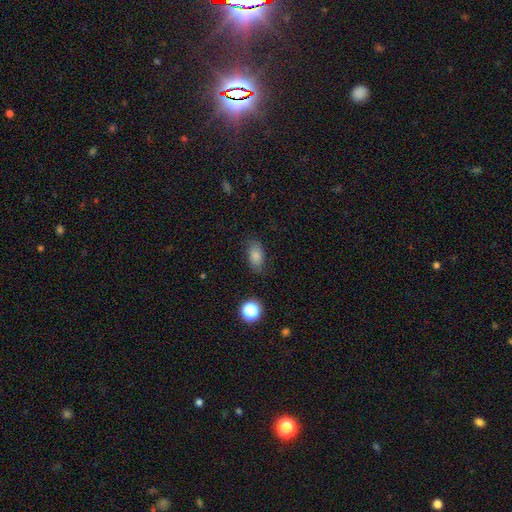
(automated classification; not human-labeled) Smooth or featured? smooth (80%)
How rounded? in between (89%)
Merging? none (77%)